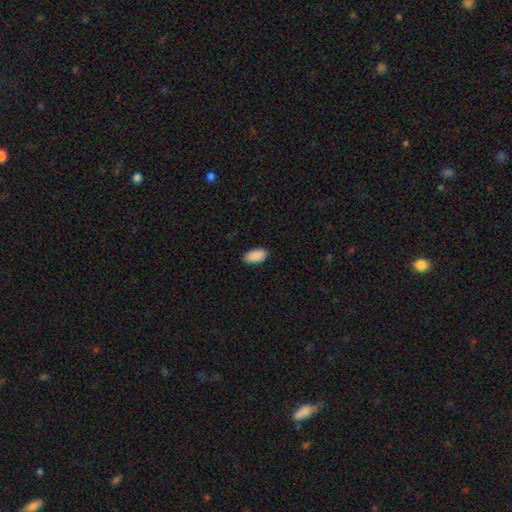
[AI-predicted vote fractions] A smooth galaxy with no disk features (91%) that is in between round and cigar-shaped (94%). Merging: none (88%).